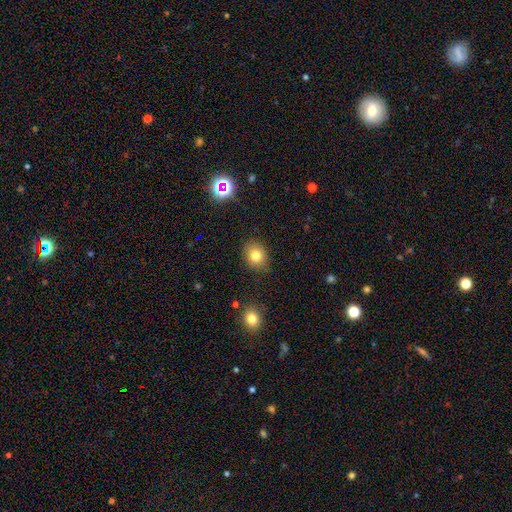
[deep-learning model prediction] Smooth or featured? smooth (79%)
How rounded? round (60%)
Merging? none (82%)